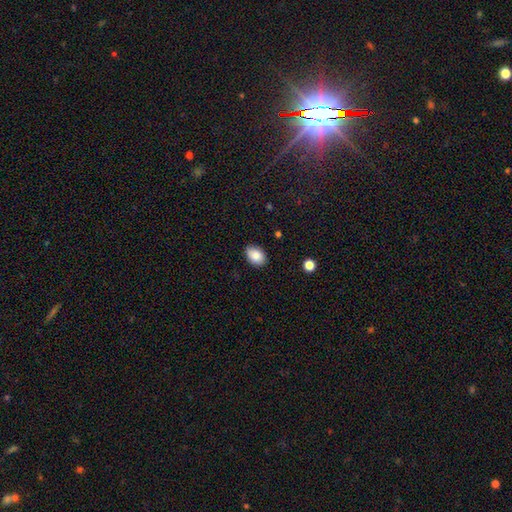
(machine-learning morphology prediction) type=smooth (87%); roundness=in between (84%); merging=none (86%).